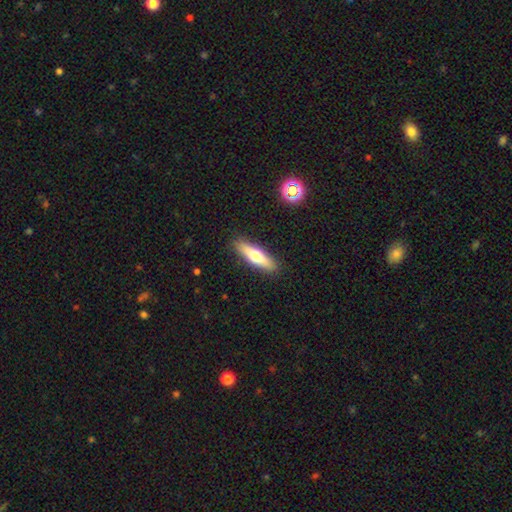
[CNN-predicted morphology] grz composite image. It shows a smooth galaxy with no disk features (58%) that is cigar-shaped (68%). Merging: none (89%).